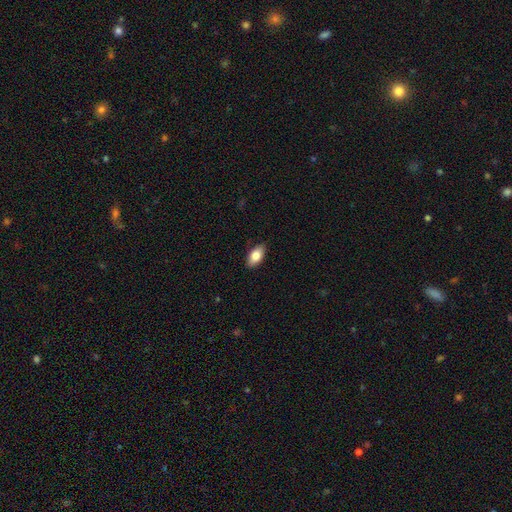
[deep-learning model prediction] Smooth or featured: smooth — 82% (featured or disk — 12%)
How rounded: in between — 92% (cigar-shaped — 5%)
Merging: none — 88% (minor disturbance — 9%)